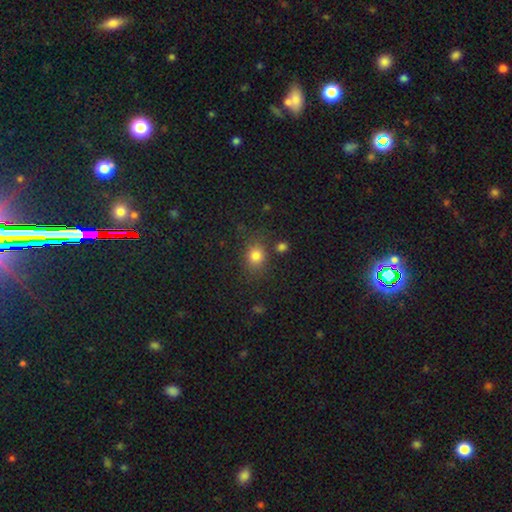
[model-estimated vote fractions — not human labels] This appears to be a smooth galaxy with no disk features (80%) that is round (61%). Merging: none (73%).